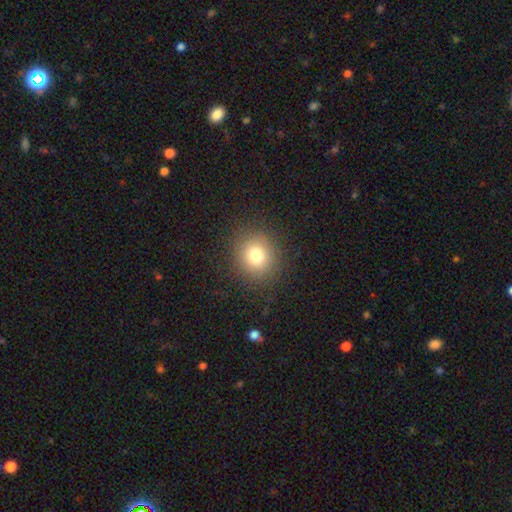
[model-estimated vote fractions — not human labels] Smooth or featured? Predicted: smooth (p=0.77). How rounded? Predicted: round (p=0.87). Merging? Predicted: none (p=0.87).